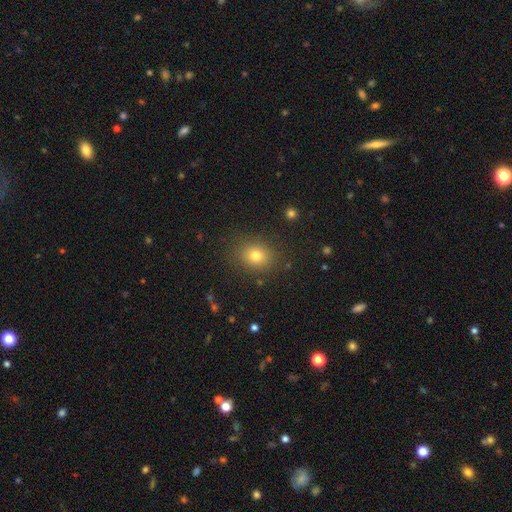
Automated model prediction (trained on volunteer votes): Overall: smooth (77%). How rounded: round (58%; in between 41%). Merging: none (85%).